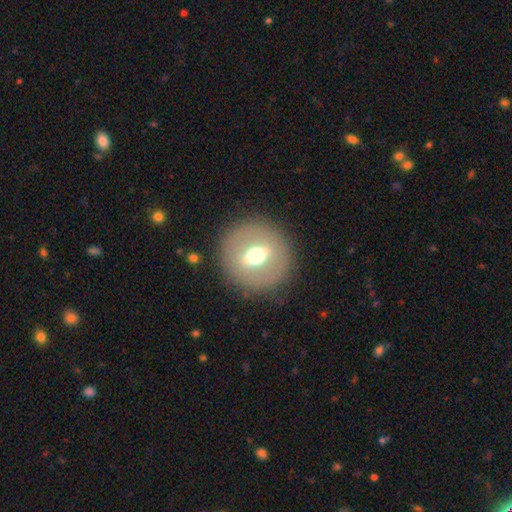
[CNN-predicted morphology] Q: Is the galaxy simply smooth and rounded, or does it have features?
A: featured or disk — 58%.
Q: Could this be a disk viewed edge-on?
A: no — 71%.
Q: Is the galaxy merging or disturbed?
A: none — 88%.